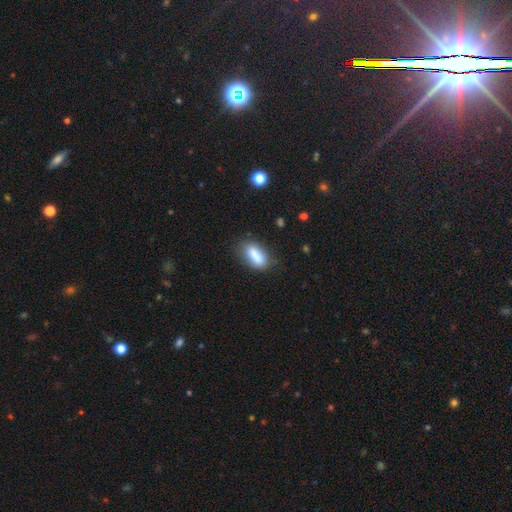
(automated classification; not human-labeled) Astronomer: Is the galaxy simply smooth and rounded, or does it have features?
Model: smooth — 81%.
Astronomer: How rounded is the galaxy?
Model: in between — 77%.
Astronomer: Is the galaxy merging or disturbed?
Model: none — 70%.